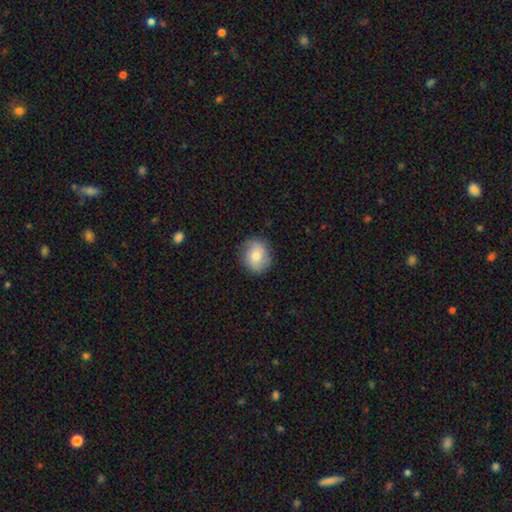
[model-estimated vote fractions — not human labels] A smooth galaxy with no disk features (76%) that is round (75%). Merging: none (85%).